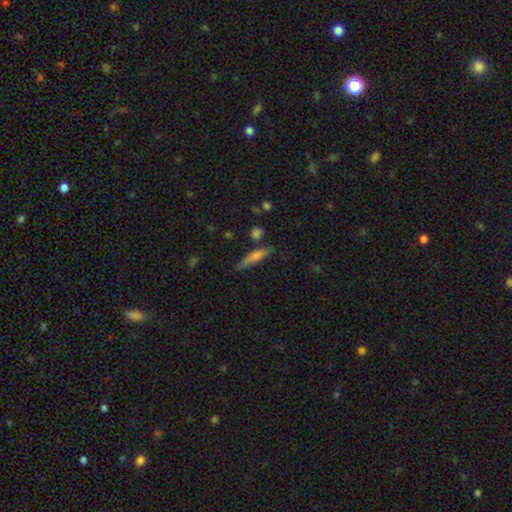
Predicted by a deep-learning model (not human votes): A smooth galaxy with no disk features (54%) that is cigar-shaped (84%). Merging: none (74%).